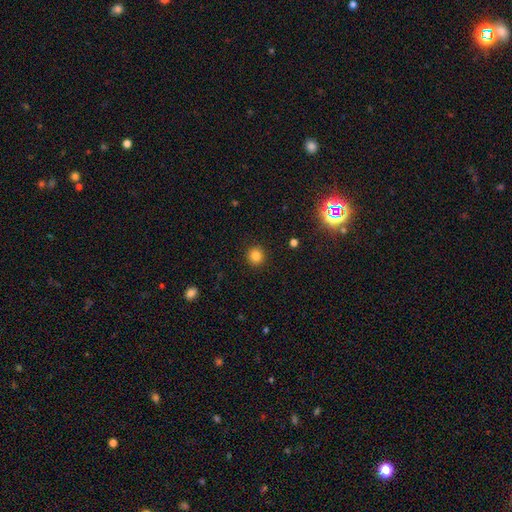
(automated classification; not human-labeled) smooth-or-featured: smooth: 83% | star or artifact: 12% | featured or disk: 4%
  how-rounded: round: 92% | in between: 7% | cigar-shaped: 1%
  merging: none: 92% | minor disturbance: 5% | major disturbance: 2% | merger: 1%